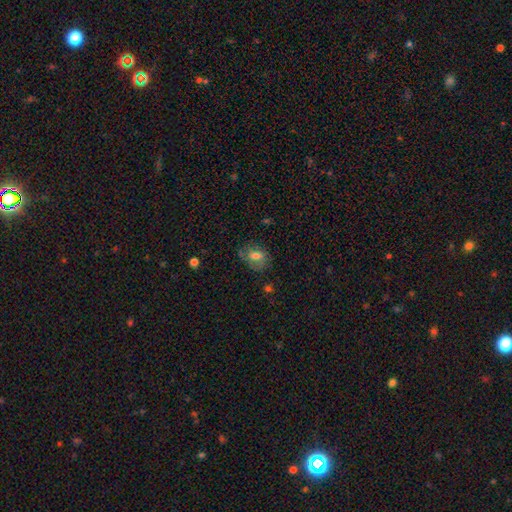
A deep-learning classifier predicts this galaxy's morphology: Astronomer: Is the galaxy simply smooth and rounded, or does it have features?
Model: smooth — 62%.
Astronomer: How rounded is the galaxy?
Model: in between — 58% (runner-up: round, 41%).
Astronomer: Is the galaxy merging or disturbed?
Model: none — 59%.